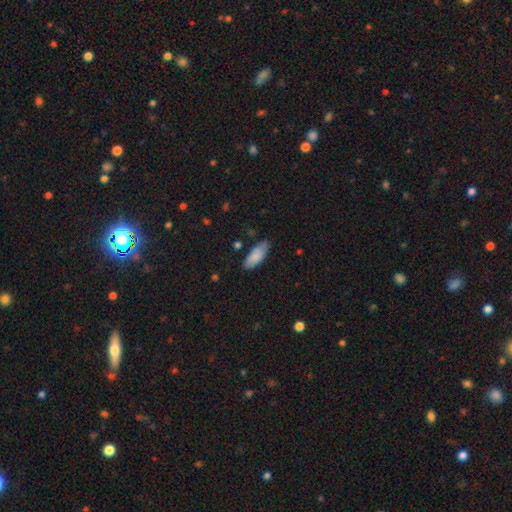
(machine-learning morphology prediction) smooth-or-featured: smooth: 85% | featured or disk: 10% | star or artifact: 6%
  how-rounded: in between: 77% | cigar-shaped: 21% | round: 2%
  merging: none: 78% | minor disturbance: 17% | major disturbance: 3% | merger: 2%